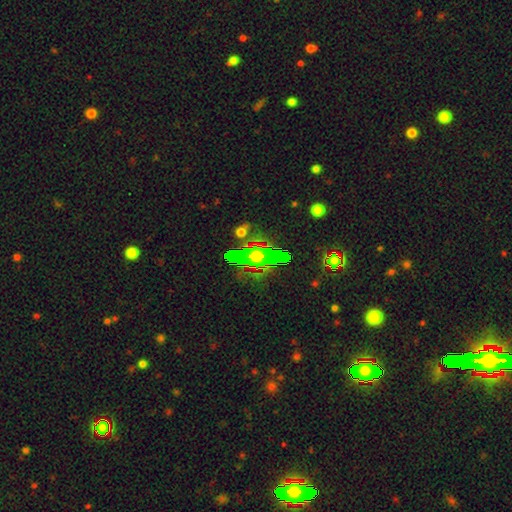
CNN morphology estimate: smooth-or-featured: star or artifact: 40% | smooth: 33% | featured or disk: 27%